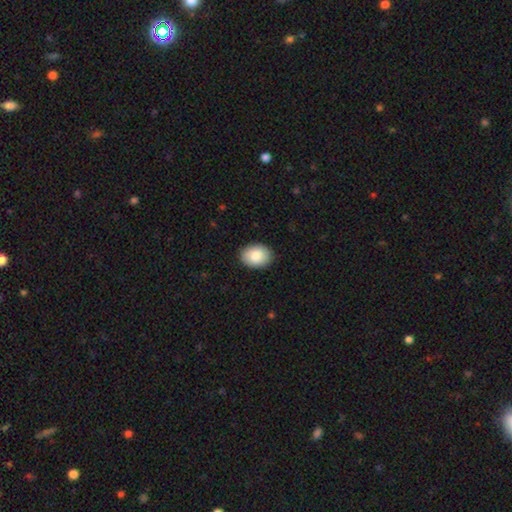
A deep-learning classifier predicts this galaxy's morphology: smooth 86%, featured or disk 8%, star or artifact 6%. Down the decision tree: how rounded — in between (71%); merging — none (90%).